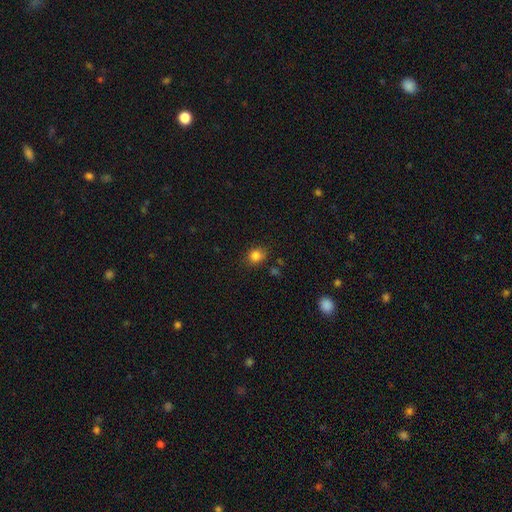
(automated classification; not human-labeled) This appears to be a smooth galaxy with no disk features (83%) that is round (64%). Merging: none (81%).